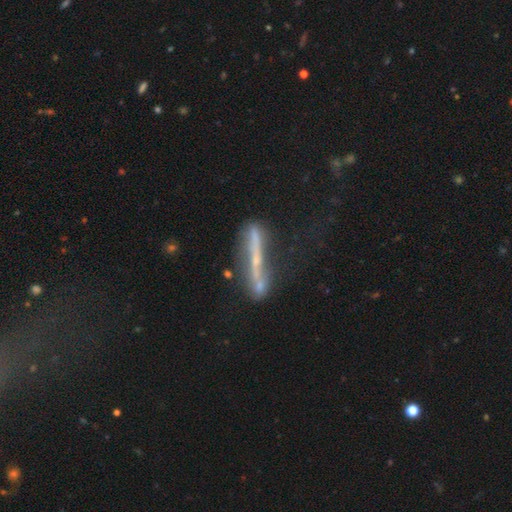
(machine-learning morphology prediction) Smooth or featured? featured or disk (60%)
Edge-on disk? yes (73%)
Merging? none (44%)